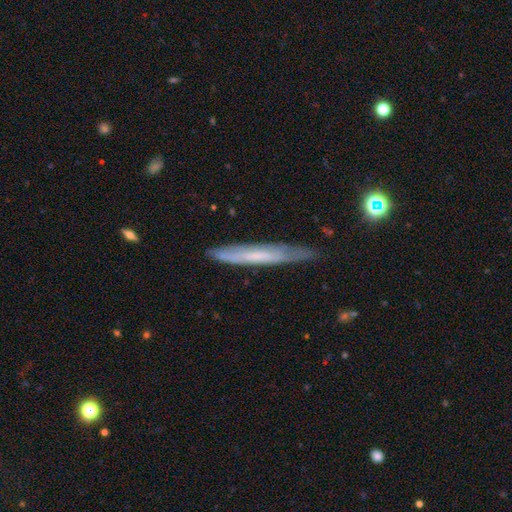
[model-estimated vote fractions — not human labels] Morphology: type=featured or disk (49%); merging=none (74%).